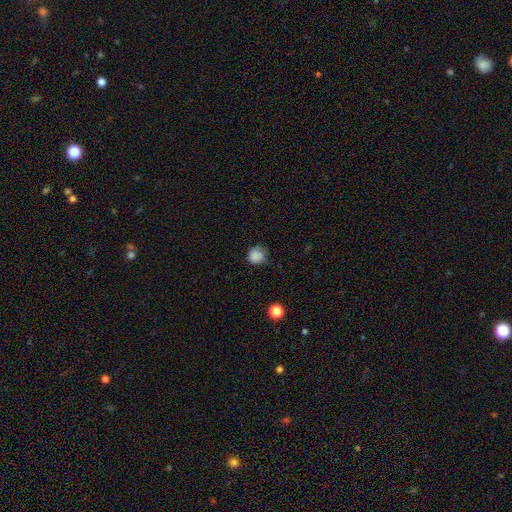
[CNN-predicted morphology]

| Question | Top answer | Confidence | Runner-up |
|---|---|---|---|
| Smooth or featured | smooth | 84% | star or artifact (11%) |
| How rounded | round | 87% | in between (12%) |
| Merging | none | 69% | minor disturbance (24%) |